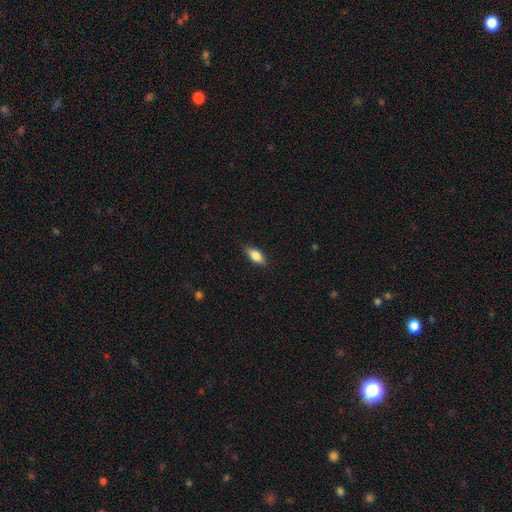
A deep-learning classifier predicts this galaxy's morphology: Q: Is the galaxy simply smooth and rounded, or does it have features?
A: smooth — 80%.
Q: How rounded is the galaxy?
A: in between — 82%.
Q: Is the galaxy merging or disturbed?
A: none — 85%.